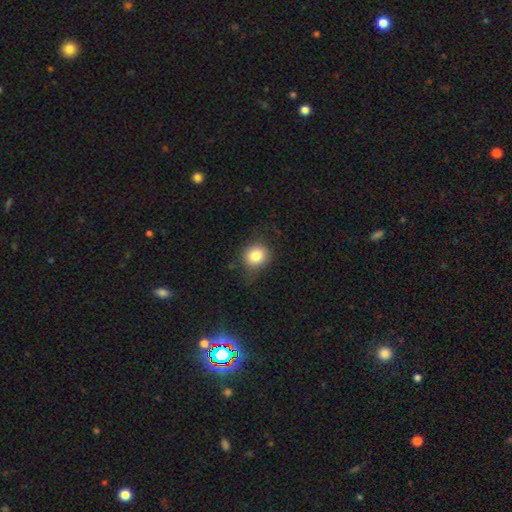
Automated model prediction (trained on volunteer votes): smooth-or-featured: smooth: 81% | star or artifact: 11% | featured or disk: 9%
  how-rounded: round: 83% | in between: 16% | cigar-shaped: 1%
  merging: none: 73% | minor disturbance: 19% | major disturbance: 6% | merger: 1%